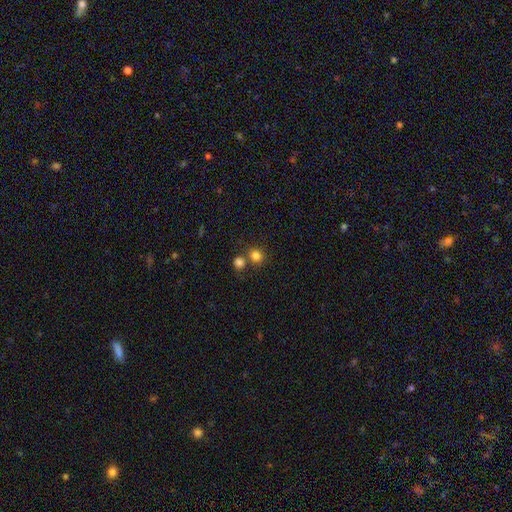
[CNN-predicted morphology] Q: Smooth or featured?
A: smooth (82%); runner-up: star or artifact (12%)
Q: How rounded?
A: round (87%); runner-up: in between (13%)
Q: Merging?
A: none (65%); runner-up: merger (25%)